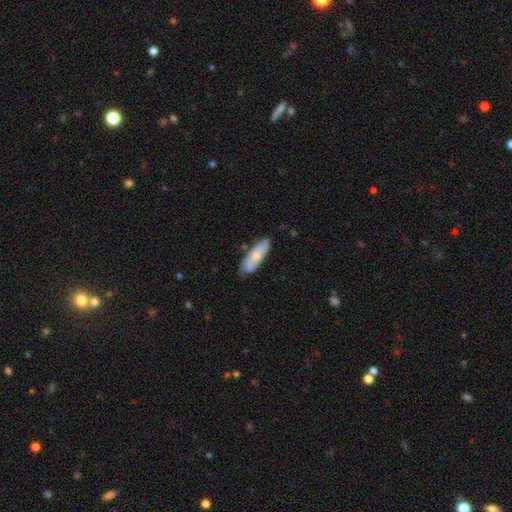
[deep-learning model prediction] Smooth or featured: smooth — 68% (featured or disk — 26%)
How rounded: in between — 57% (cigar-shaped — 41%)
Merging: none — 72% (minor disturbance — 22%)